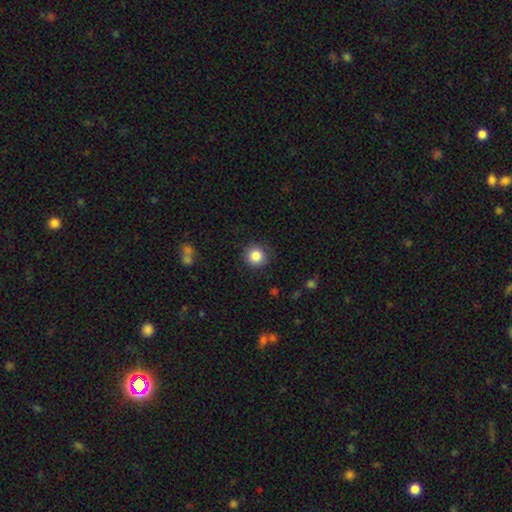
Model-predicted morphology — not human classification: This is clearly a smooth galaxy (85%). How rounded: clearly round (93%). Merging: clearly none (88%).